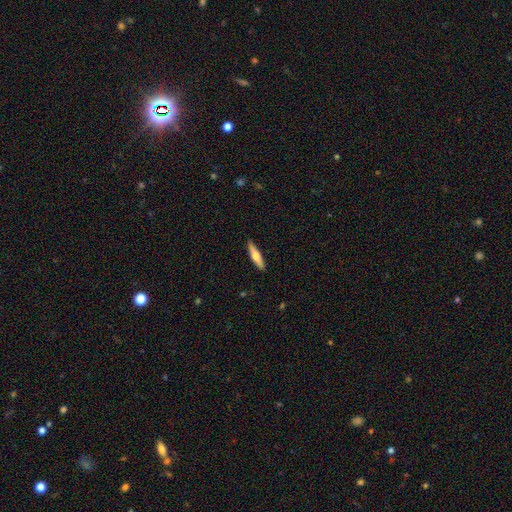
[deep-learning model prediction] smooth 58%, featured or disk 37%, star or artifact 5%. Down the decision tree: how rounded — cigar-shaped (82%); merging — none (90%).